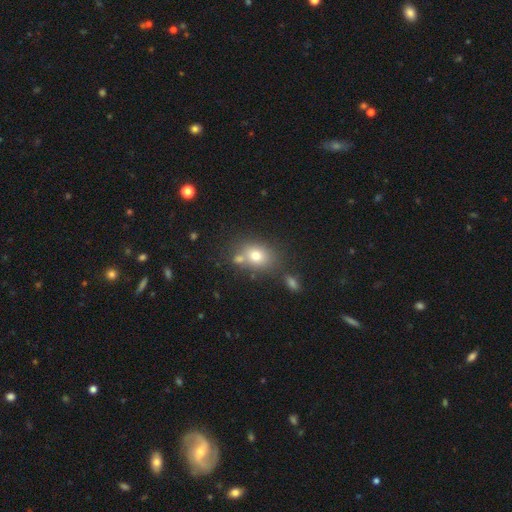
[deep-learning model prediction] Smooth or featured?
  - smooth: 73% *
  - featured or disk: 14%
  - star or artifact: 13%
How rounded?
  - in between: 58% *
  - round: 41%
  - cigar-shaped: 1%
Merging?
  - none: 60% *
  - merger: 22%
  - minor disturbance: 13%
  - major disturbance: 5%